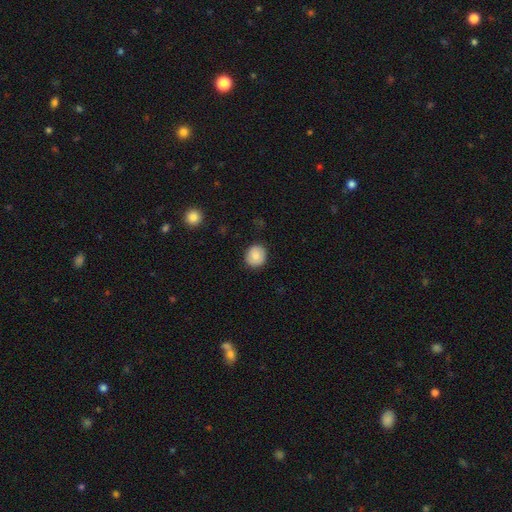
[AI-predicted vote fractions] The model was most divided on "smooth or featured": smooth: 80%, featured or disk: 12%, star or artifact: 8%. More confident: how rounded — round (88%); merging — none (87%).